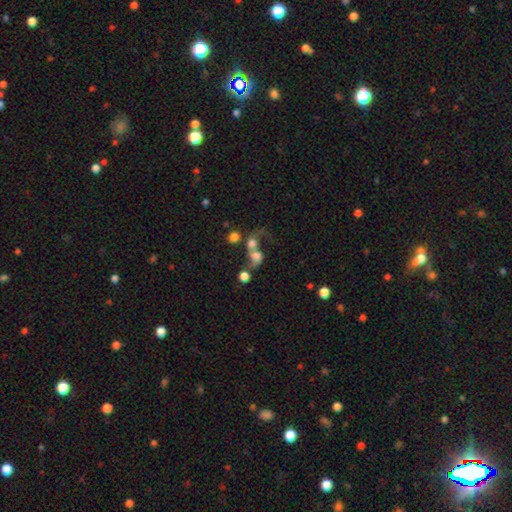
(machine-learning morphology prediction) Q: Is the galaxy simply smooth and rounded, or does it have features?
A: smooth — 44%.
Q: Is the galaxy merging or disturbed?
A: merger — 60%.